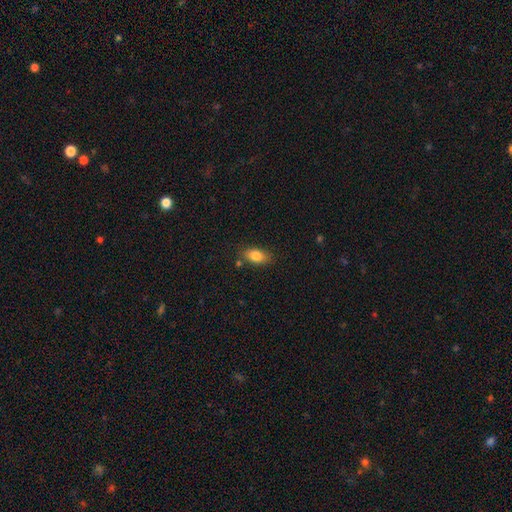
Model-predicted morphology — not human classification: Smooth or featured? smooth (83%)
How rounded? in between (86%)
Merging? none (79%)